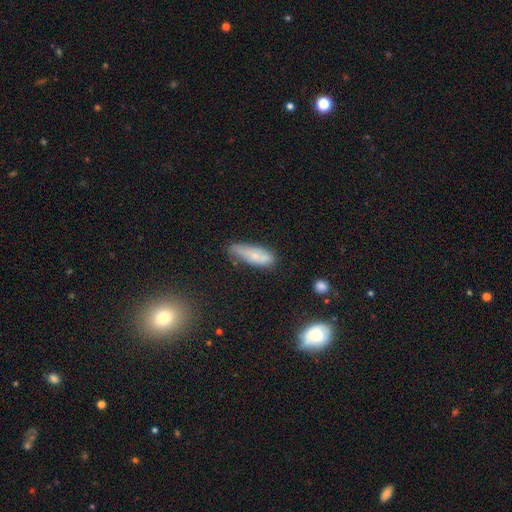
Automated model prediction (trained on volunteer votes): A smooth galaxy with no disk features (67%) that is in between round and cigar-shaped (51%).

Vote fractions:
- Smooth or featured? smooth: 67% / featured or disk: 25% / star or artifact: 8%
- How rounded? in between: 51% / cigar-shaped: 46% / round: 3%
- Merging? none: 52% / minor disturbance: 33% / major disturbance: 10% / merger: 5%